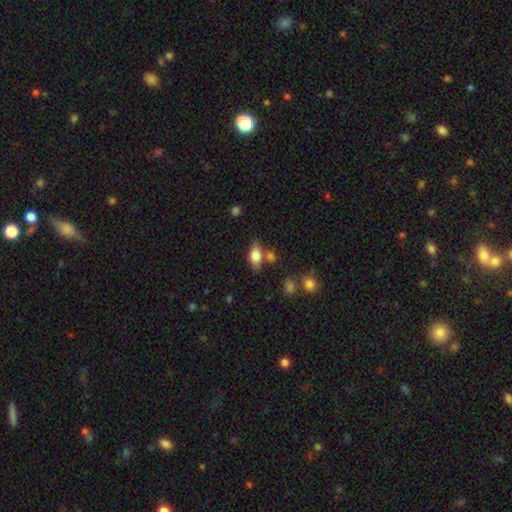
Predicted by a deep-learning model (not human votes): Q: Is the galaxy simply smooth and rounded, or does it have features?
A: smooth — 73%.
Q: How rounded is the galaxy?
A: in between — 83%.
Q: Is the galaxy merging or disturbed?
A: none — 68%.